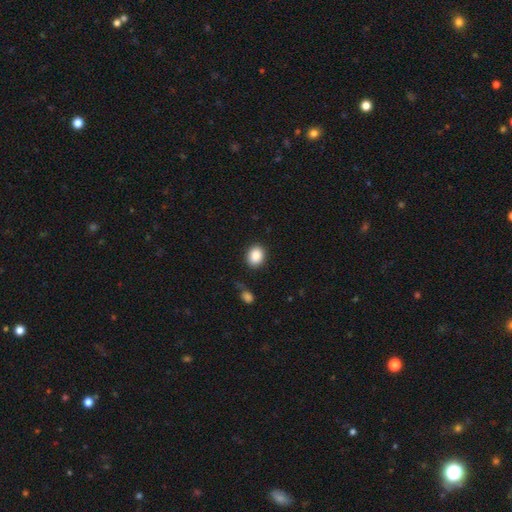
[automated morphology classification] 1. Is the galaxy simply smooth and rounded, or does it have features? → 88% smooth, 8% star or artifact, 4% featured or disk.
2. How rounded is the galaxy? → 53% in between, 47% round, 1% cigar-shaped.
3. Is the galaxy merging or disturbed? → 85% none, 10% minor disturbance, 3% major disturbance, 2% merger.